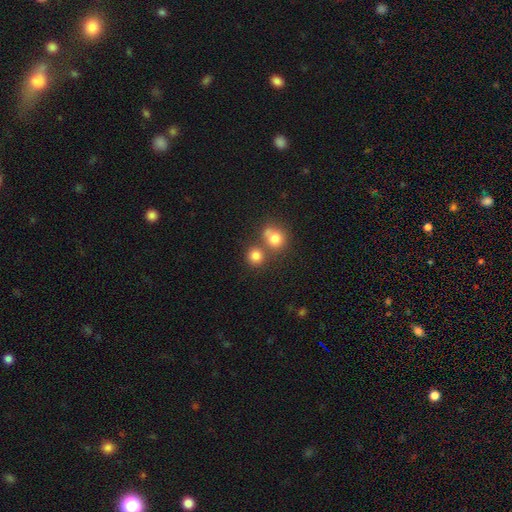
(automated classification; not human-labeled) Q: Smooth or featured?
A: smooth (81%); runner-up: star or artifact (12%)
Q: How rounded?
A: round (87%); runner-up: in between (12%)
Q: Merging?
A: none (61%); runner-up: merger (28%)